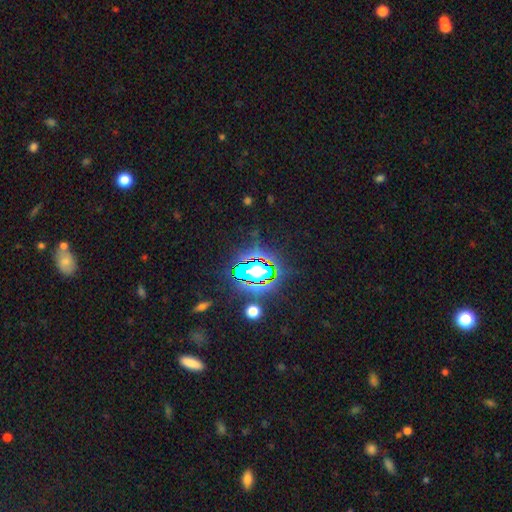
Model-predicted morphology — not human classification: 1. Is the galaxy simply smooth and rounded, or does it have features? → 71% star or artifact, 16% smooth, 13% featured or disk.